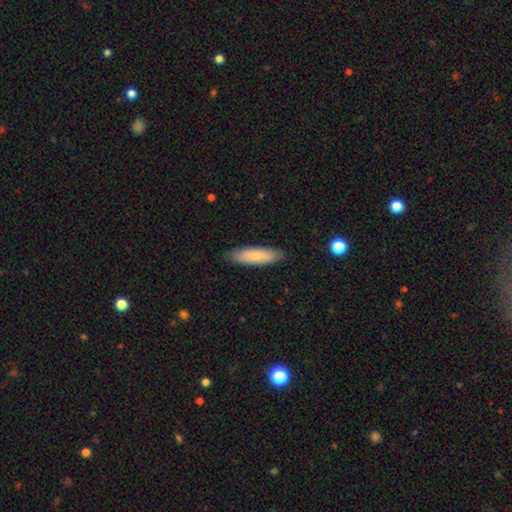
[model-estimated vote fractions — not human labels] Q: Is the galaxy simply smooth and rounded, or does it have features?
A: smooth — 79%.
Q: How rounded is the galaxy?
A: cigar-shaped — 65%.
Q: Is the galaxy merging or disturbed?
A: none — 87%.